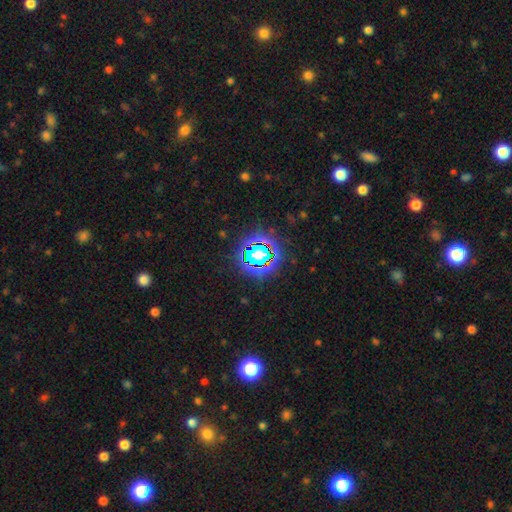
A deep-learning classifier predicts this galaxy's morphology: Q: Smooth or featured?
A: star or artifact (62%); runner-up: smooth (25%)